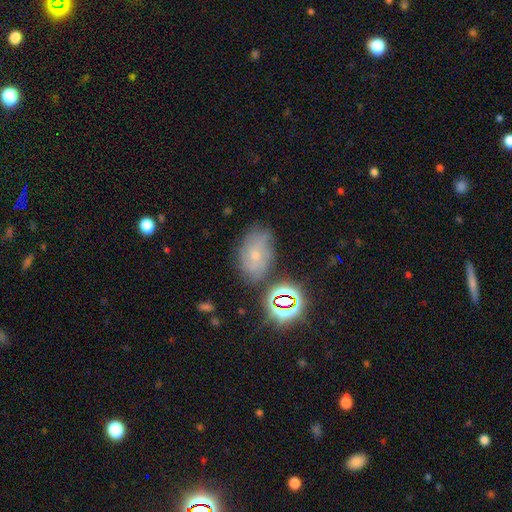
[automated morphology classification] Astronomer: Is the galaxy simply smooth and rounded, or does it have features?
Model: featured or disk — 37%, tied with smooth at 37%.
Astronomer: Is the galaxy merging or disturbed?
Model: none — 67%.